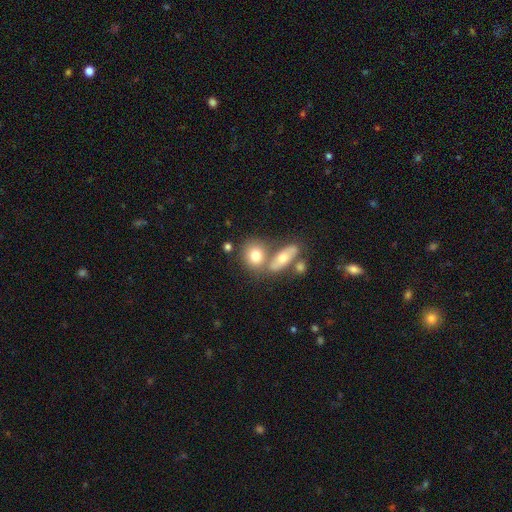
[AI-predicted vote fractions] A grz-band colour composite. It shows a smooth galaxy with no disk features (75%) that is round (51%). Merging: none (47%).